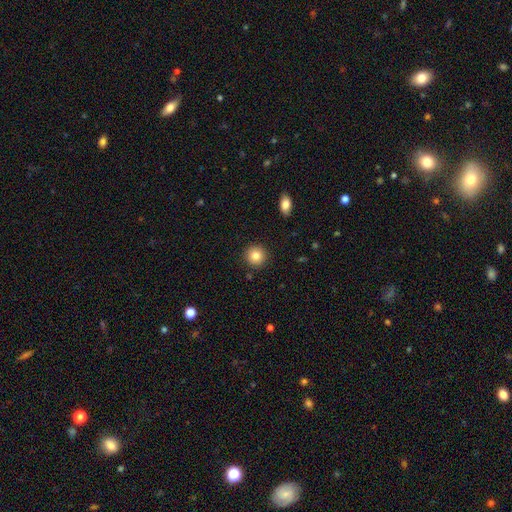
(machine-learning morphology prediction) This is clearly a smooth galaxy (82%). How rounded: clearly round (93%). Merging: clearly none (91%).